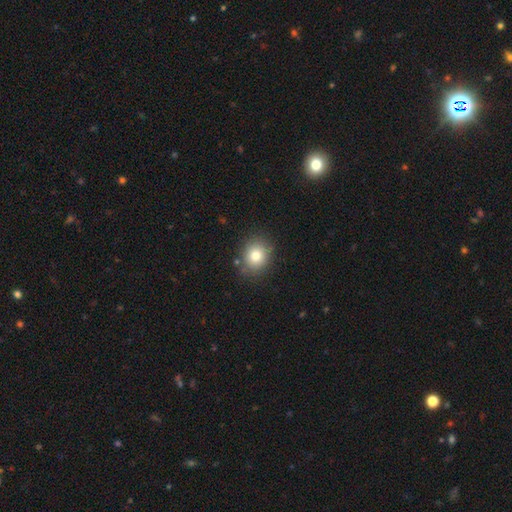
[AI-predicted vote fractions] A smooth galaxy with no disk features (79%) that is round (70%).

Vote fractions:
- Smooth or featured? smooth: 79% / star or artifact: 11% / featured or disk: 10%
- How rounded? round: 70% / in between: 29% / cigar-shaped: 1%
- Merging? none: 83% / minor disturbance: 11% / major disturbance: 3% / merger: 3%